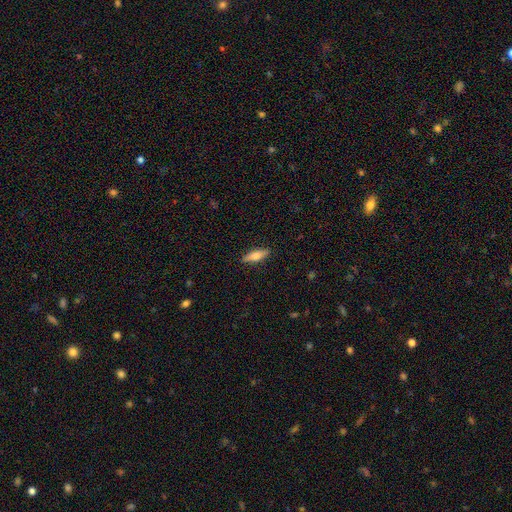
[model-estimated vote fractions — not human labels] Smooth or featured?
  - smooth: 65% *
  - featured or disk: 29%
  - star or artifact: 6%
How rounded?
  - cigar-shaped: 49% *
  - in between: 48%
  - round: 2%
Merging?
  - none: 89% *
  - minor disturbance: 8%
  - major disturbance: 2%
  - merger: 1%